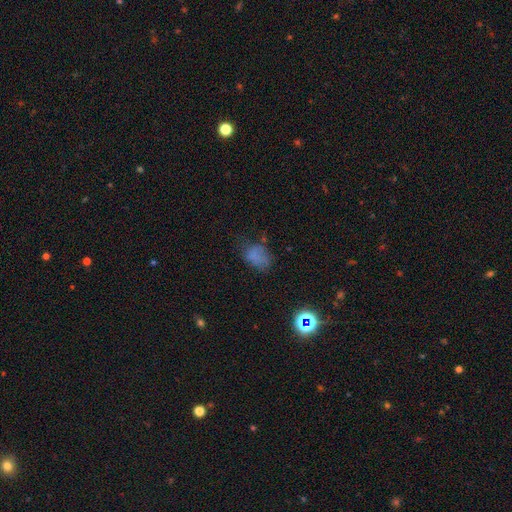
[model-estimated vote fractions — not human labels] Smooth or featured? smooth (64%)
How rounded? in between (76%)
Merging? none (43%)